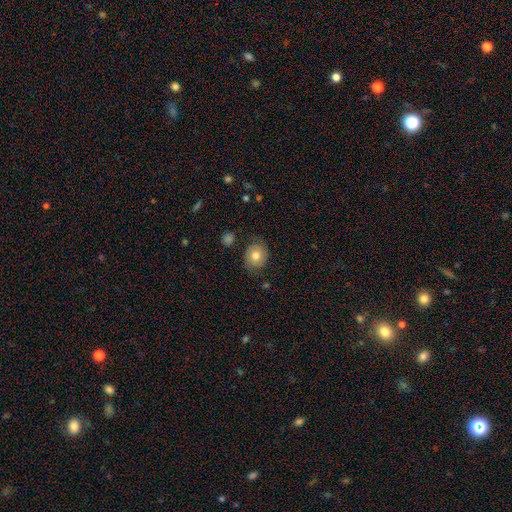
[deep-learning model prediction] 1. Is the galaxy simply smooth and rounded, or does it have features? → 65% smooth, 27% featured or disk, 9% star or artifact.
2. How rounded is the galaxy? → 62% round, 37% in between, 1% cigar-shaped.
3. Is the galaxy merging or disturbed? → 74% none, 18% minor disturbance, 6% major disturbance, 2% merger.